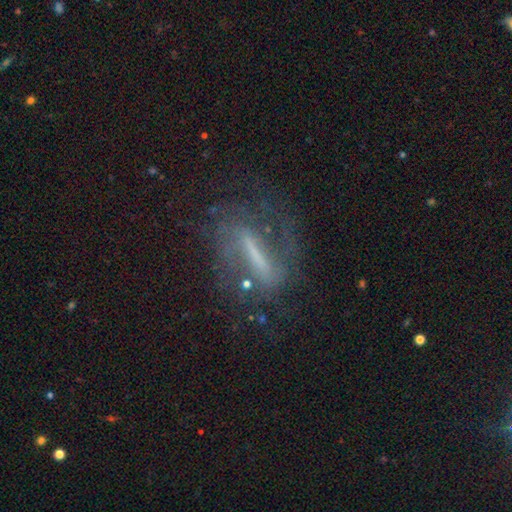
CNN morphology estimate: Smooth or featured? Predicted: featured or disk (p=0.68). Edge-on disk? Predicted: no (p=0.70). Merging? Predicted: none (p=0.62).